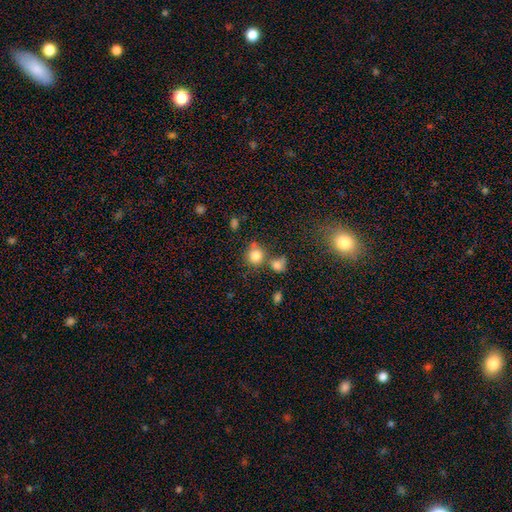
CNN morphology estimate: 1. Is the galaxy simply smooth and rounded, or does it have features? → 81% smooth, 12% star or artifact, 7% featured or disk.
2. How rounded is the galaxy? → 87% round, 12% in between, 1% cigar-shaped.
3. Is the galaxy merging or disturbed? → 62% none, 23% merger, 11% minor disturbance, 5% major disturbance.